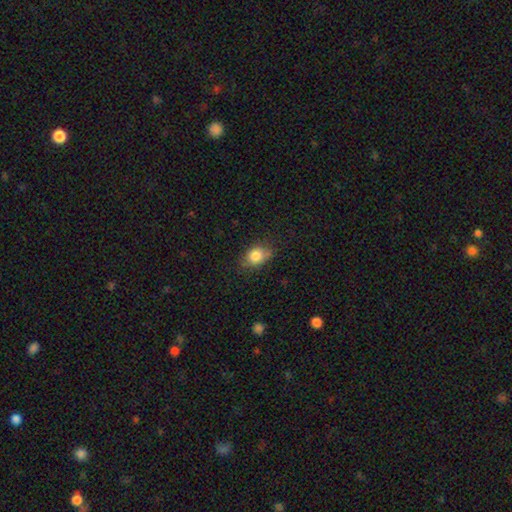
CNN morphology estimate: Overall: smooth (83%). How rounded: in between (64%; round 35%). Merging: none (70%).